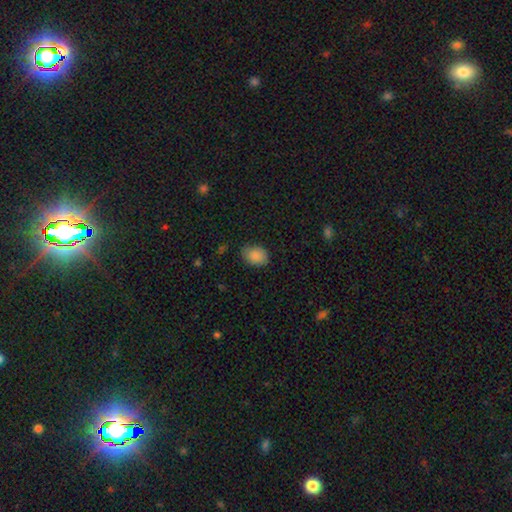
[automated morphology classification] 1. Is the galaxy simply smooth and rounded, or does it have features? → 88% smooth, 8% star or artifact, 4% featured or disk.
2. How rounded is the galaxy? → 68% in between, 31% round, 1% cigar-shaped.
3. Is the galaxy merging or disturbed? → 77% none, 19% minor disturbance, 3% major disturbance, 1% merger.